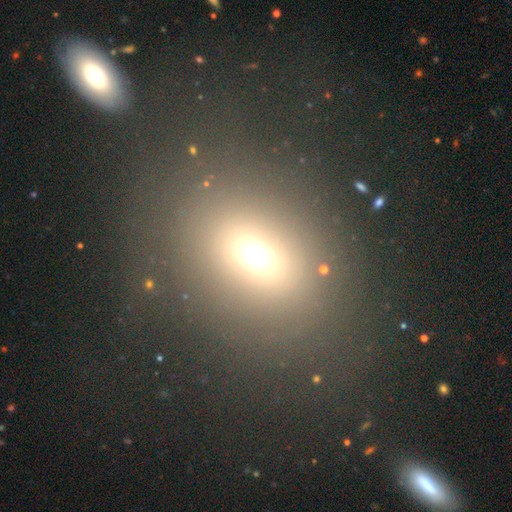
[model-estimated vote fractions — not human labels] Overall: smooth (62%; star or artifact 24%). How rounded: in between (50%; round 48%). Merging: none (74%).